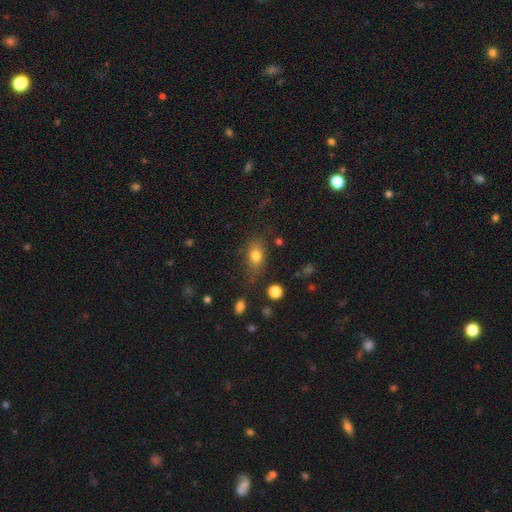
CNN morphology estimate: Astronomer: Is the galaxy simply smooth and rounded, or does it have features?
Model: smooth — 78%.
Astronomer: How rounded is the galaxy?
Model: in between — 77%.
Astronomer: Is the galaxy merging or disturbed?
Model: none — 67%.